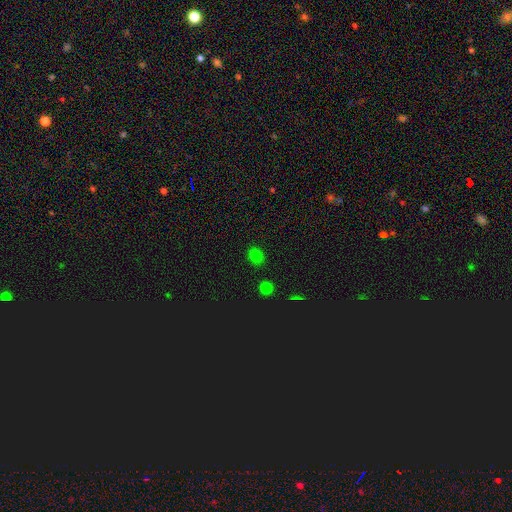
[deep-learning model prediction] Smooth or featured: smooth — 76% (star or artifact — 19%)
How rounded: round — 63% (in between — 36%)
Merging: none — 87% (minor disturbance — 8%)